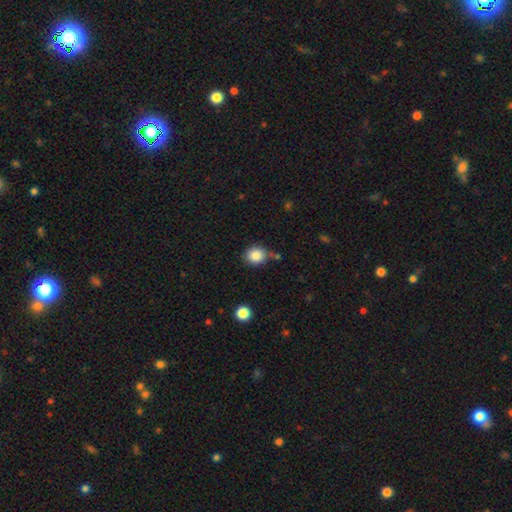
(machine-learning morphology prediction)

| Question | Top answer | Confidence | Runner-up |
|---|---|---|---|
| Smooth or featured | smooth | 85% | star or artifact (10%) |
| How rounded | round | 80% | in between (19%) |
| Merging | none | 73% | minor disturbance (15%) |